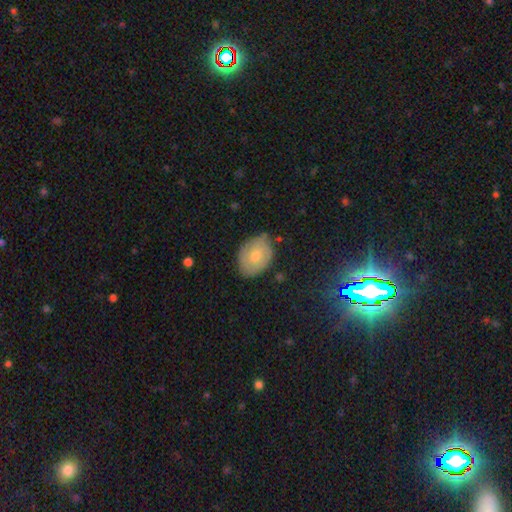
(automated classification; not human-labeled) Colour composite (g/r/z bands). It shows a smooth galaxy with no disk features (68%) that is in between round and cigar-shaped (72%). Merging: none (74%).